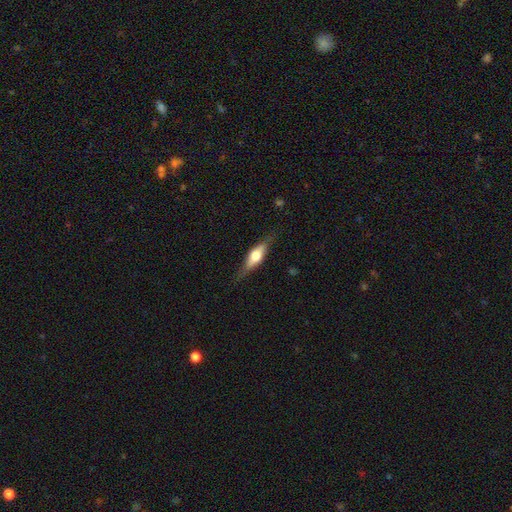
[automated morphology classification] type=featured or disk (52%); edge-on=yes (88%); merging=none (77%).